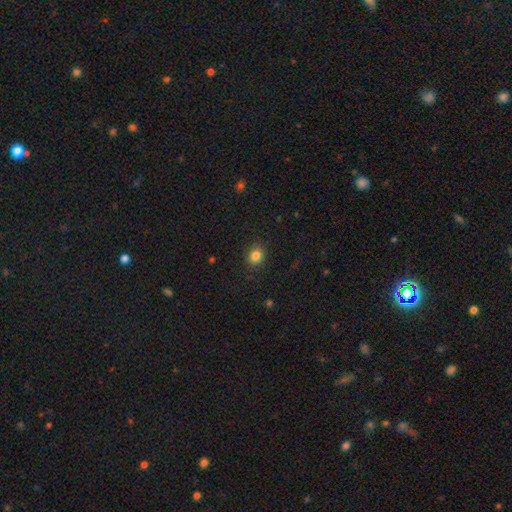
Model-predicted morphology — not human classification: smooth 84%, star or artifact 12%, featured or disk 5%. Down the decision tree: how rounded — round (74%); merging — none (89%).